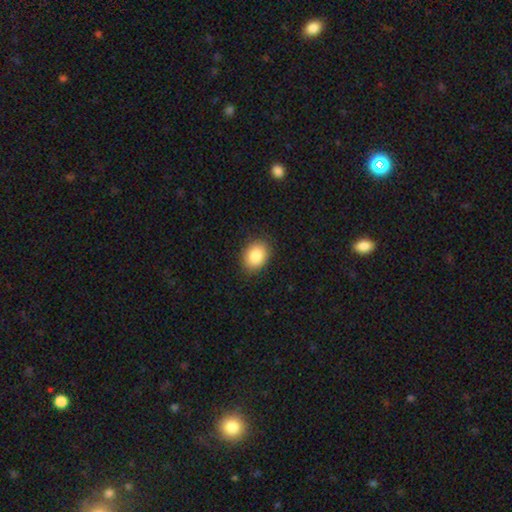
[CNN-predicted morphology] A smooth galaxy with no disk features (88%) that is in between round and cigar-shaped (65%).

Vote fractions:
- Smooth or featured? smooth: 88% / star or artifact: 7% / featured or disk: 5%
- How rounded? in between: 65% / round: 34% / cigar-shaped: 1%
- Merging? none: 88% / minor disturbance: 9% / major disturbance: 2% / merger: 1%